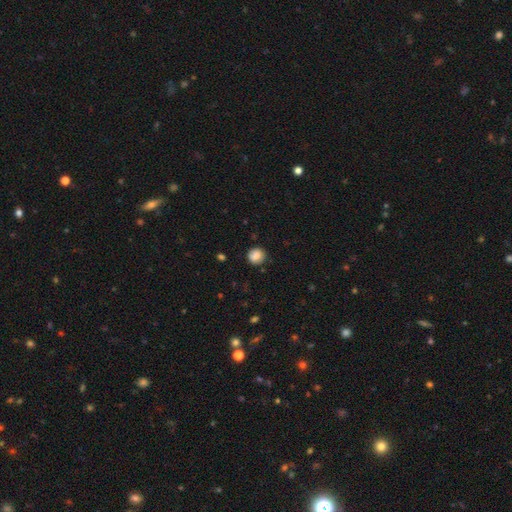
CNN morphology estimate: A smooth galaxy with no disk features (84%) that is round (87%).

Vote fractions:
- Smooth or featured? smooth: 84% / star or artifact: 9% / featured or disk: 7%
- How rounded? round: 87% / in between: 12% / cigar-shaped: 1%
- Merging? none: 83% / minor disturbance: 13% / major disturbance: 3% / merger: 2%